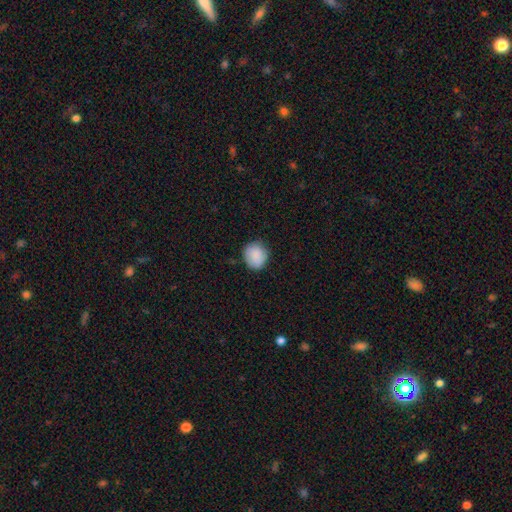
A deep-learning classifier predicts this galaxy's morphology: A smooth galaxy with no disk features (88%) that is round (82%).

Vote fractions:
- Smooth or featured? smooth: 88% / star or artifact: 7% / featured or disk: 5%
- How rounded? round: 82% / in between: 17% / cigar-shaped: 1%
- Merging? none: 81% / minor disturbance: 15% / major disturbance: 3% / merger: 1%